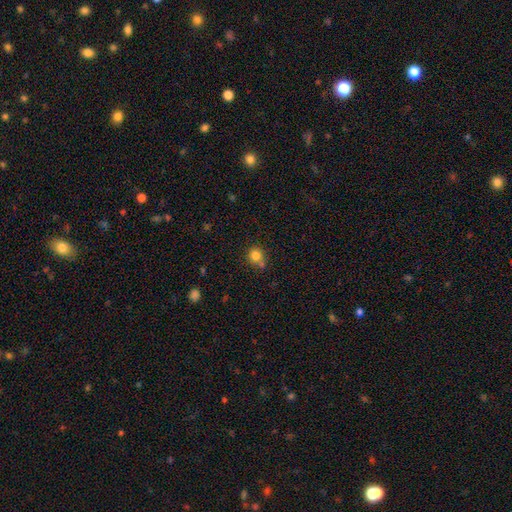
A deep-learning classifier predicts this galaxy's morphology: smooth_or_featured: smooth (p=0.81) [alt: star or artifact p=0.12]
how_rounded: round (p=0.88) [alt: in between p=0.11]
merging: none (p=0.64) [alt: merger p=0.20]